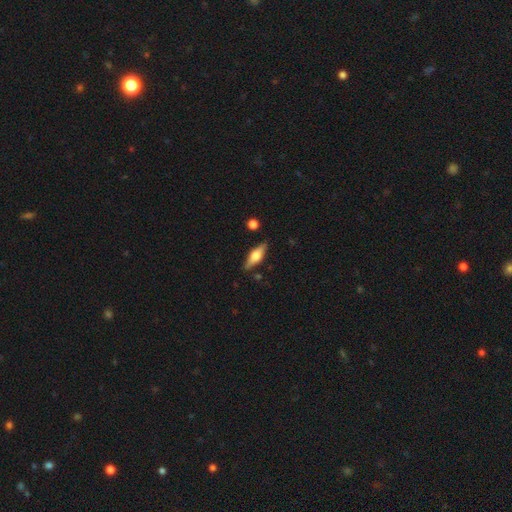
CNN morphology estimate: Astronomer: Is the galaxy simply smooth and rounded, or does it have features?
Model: featured or disk — 54% (runner-up: smooth, 40%).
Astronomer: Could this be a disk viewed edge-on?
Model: yes — 93%.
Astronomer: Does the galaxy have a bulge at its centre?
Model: rounded — 89%.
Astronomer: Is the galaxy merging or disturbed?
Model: none — 85%.